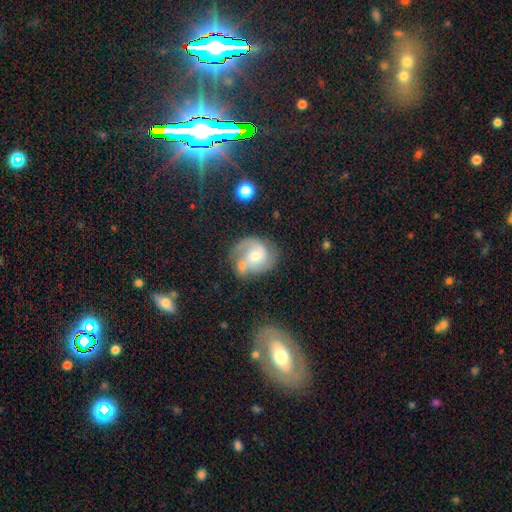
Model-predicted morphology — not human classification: This appears to be a featured or disk galaxy (66%) with no bar (68%), 2 (54%) medium (46%) spiral arms (88%) and a moderate central bulge (52%). Merging: none (43%).